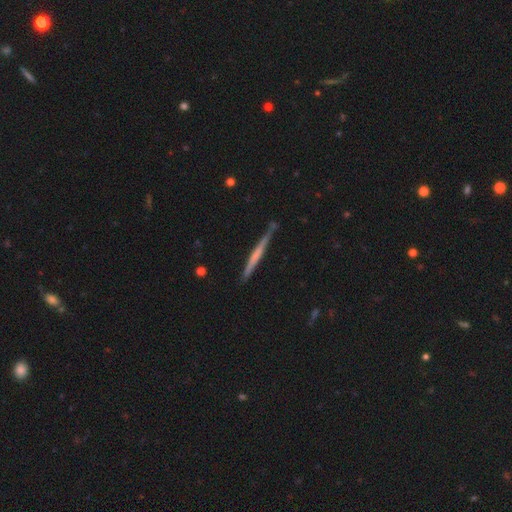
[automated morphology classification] The model was most divided on "smooth or featured": featured or disk: 54%, smooth: 41%, star or artifact: 5%. More confident: edge-on disk — yes (97%); merging — none (84%); edge-on bulge — none (74%).